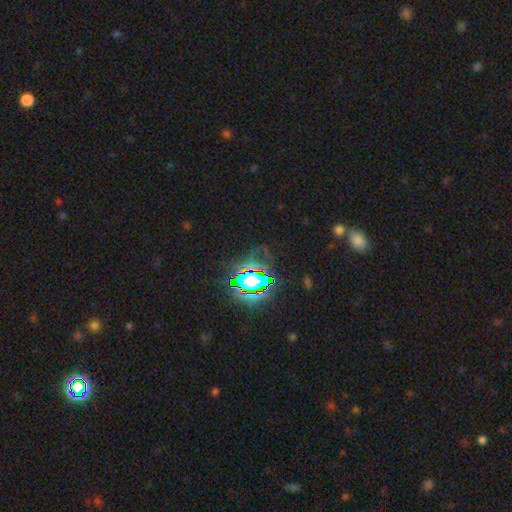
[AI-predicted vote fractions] This is likely a star or artifact rather than a galaxy (78%).